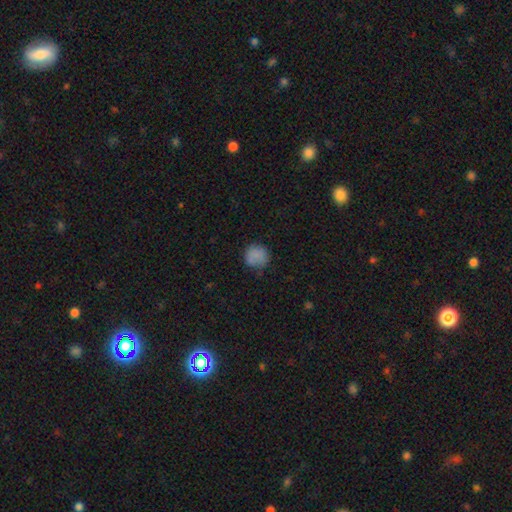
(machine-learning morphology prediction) Overall: smooth (80%). How rounded: round (88%). Merging: none (72%).